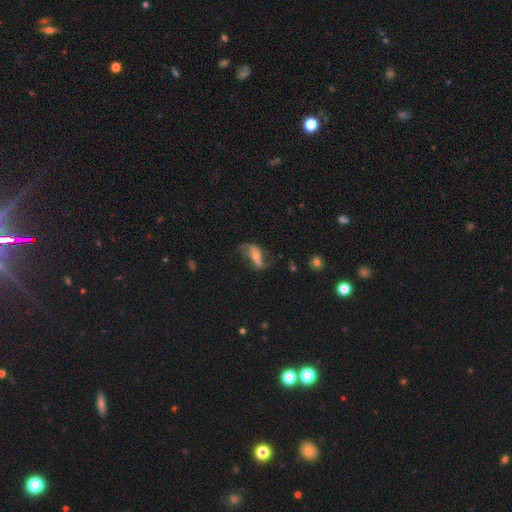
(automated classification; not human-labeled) Smooth or featured? featured or disk (80%)
Edge-on disk? no (94%)
Bar? no (42%)
Spiral arms? yes (91%)
Spiral winding? loose (80%)
Spiral arm count? 2 (90%)
Bulge size? moderate (51%)
Merging? none (59%)